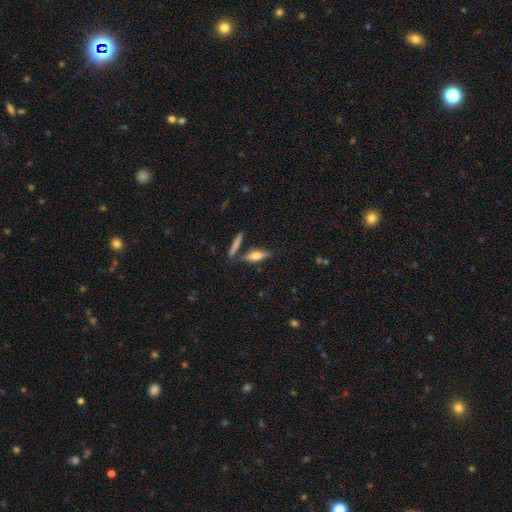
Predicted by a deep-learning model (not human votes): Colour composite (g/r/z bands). It shows a smooth galaxy with no disk features (49%). Merging: none (75%).